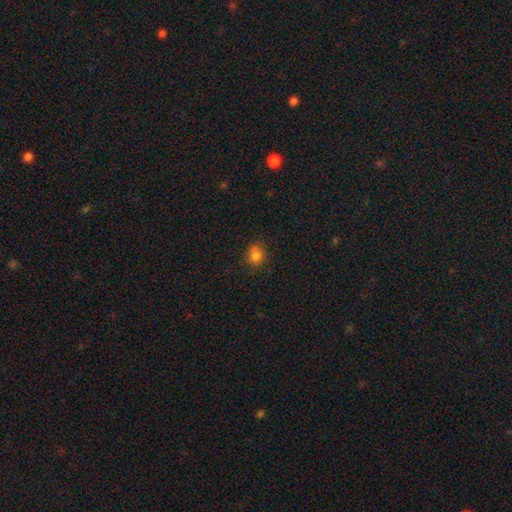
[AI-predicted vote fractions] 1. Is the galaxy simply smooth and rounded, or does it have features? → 81% smooth, 13% star or artifact, 6% featured or disk.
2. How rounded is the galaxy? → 75% round, 24% in between, 1% cigar-shaped.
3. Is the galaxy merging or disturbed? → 74% none, 17% minor disturbance, 4% merger, 4% major disturbance.